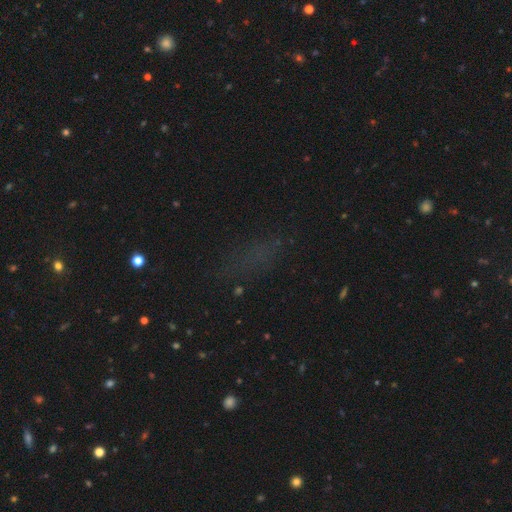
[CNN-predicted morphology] This appears to be a star or artifact, not a galaxy (49%).